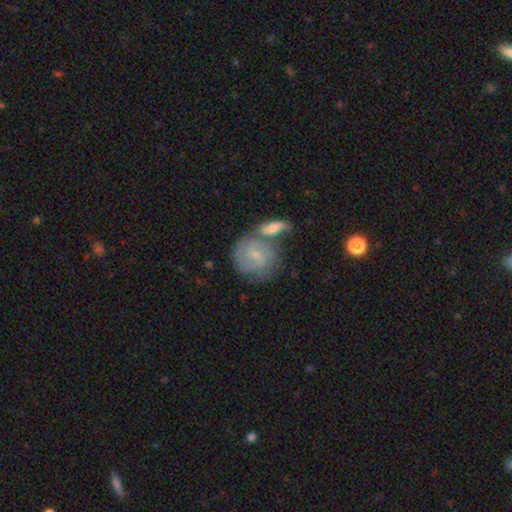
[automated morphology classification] The model was most divided on "bar": weak: 47%, no: 44%, strong: 9%. Remaining: edge-on disk — no (96%); spiral arms — yes (85%); bulge size — small (72%); smooth or featured — featured or disk (62%); spiral winding — tight (51%); spiral arm count — 2 (46%); merging — none (44%).